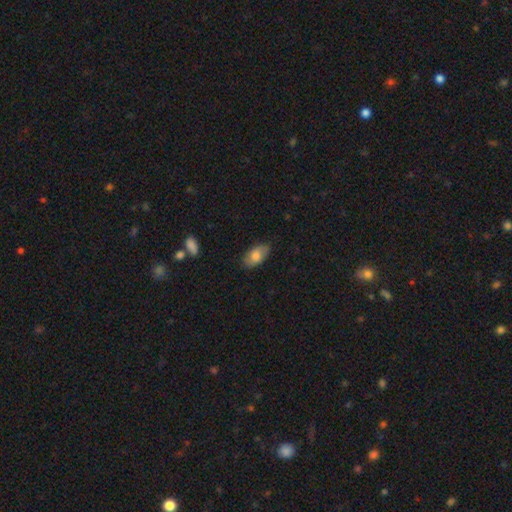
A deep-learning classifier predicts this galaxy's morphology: smooth-or-featured: smooth: 73% | featured or disk: 20% | star or artifact: 6%
  how-rounded: in between: 93% | round: 4% | cigar-shaped: 3%
  merging: none: 80% | minor disturbance: 16% | major disturbance: 3% | merger: 1%